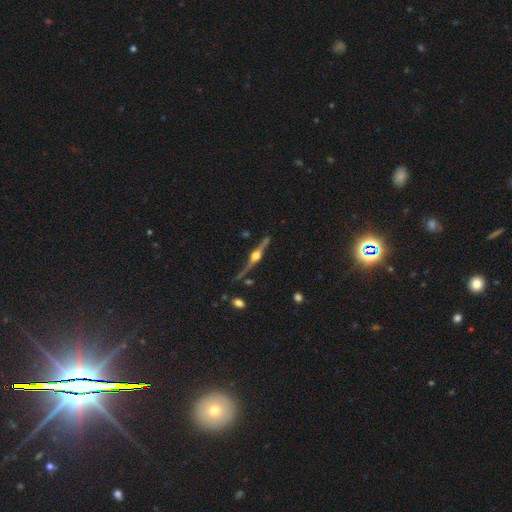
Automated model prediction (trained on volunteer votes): Smooth or featured? featured or disk (87%)
Edge-on disk? yes (97%)
Edge-on bulge? rounded (96%)
Merging? none (78%)